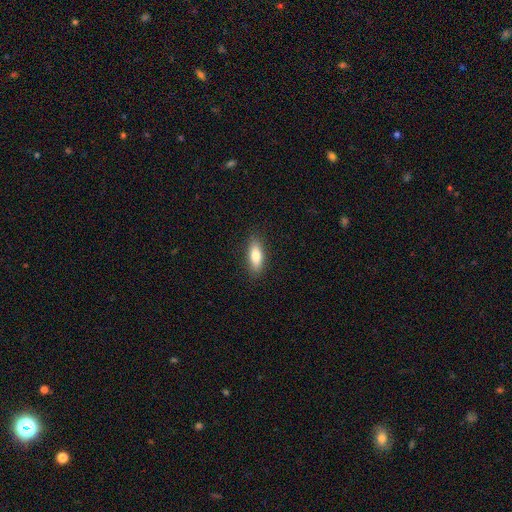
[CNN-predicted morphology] smooth-or-featured: smooth: 77% | featured or disk: 16% | star or artifact: 7%
  how-rounded: in between: 69% | cigar-shaped: 28% | round: 3%
  merging: none: 88% | minor disturbance: 9% | major disturbance: 2% | merger: 1%